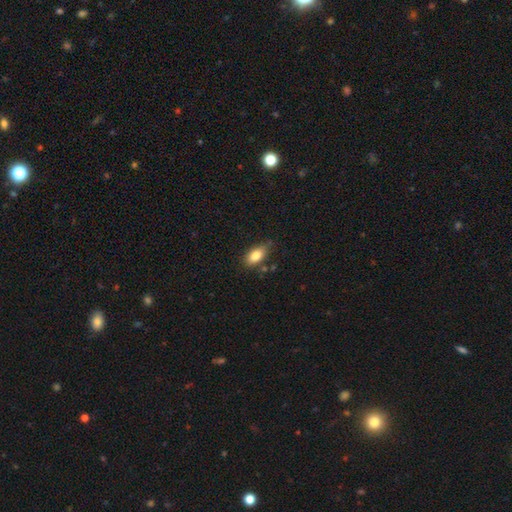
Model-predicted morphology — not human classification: Q: Smooth or featured?
A: smooth (82%); runner-up: featured or disk (10%)
Q: How rounded?
A: in between (88%); runner-up: cigar-shaped (6%)
Q: Merging?
A: none (69%); runner-up: minor disturbance (23%)